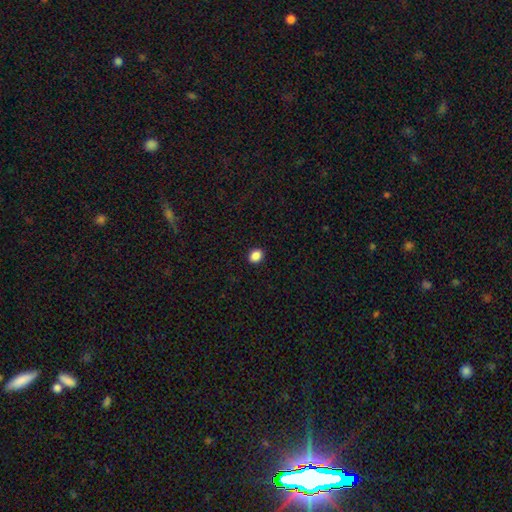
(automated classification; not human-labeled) Overall: smooth (88%). How rounded: in between (51%; round 48%). Merging: none (91%).